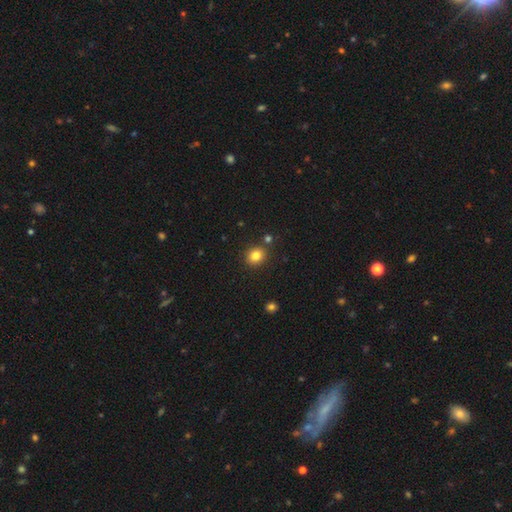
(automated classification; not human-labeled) This appears to be a smooth galaxy with no disk features (82%) that is round (75%). Merging: none (83%).